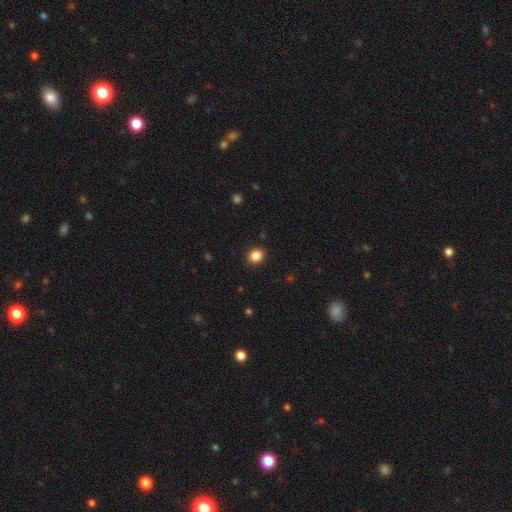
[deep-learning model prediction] Smooth or featured? smooth (86%)
How rounded? round (74%)
Merging? none (91%)